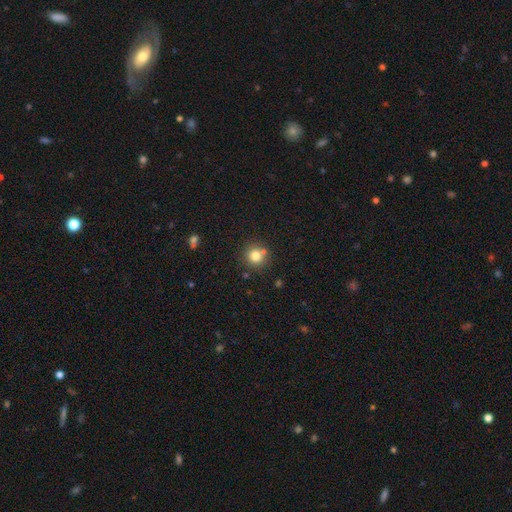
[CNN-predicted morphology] Q: Smooth or featured?
A: smooth (80%); runner-up: star or artifact (12%)
Q: How rounded?
A: round (92%); runner-up: in between (7%)
Q: Merging?
A: none (75%); runner-up: merger (12%)